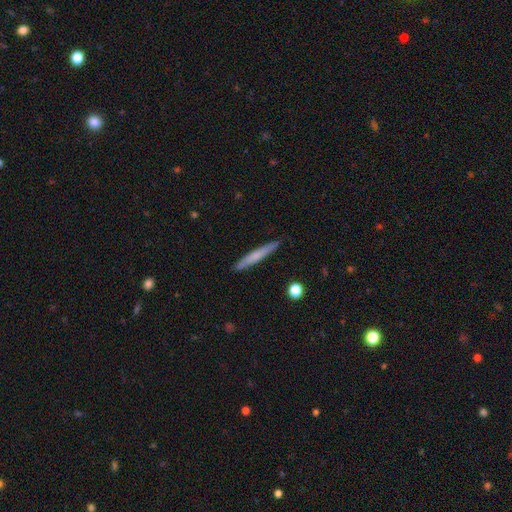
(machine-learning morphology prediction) Smooth or featured? Predicted: smooth (p=0.62). How rounded? Predicted: cigar-shaped (p=0.96). Merging? Predicted: none (p=0.90).